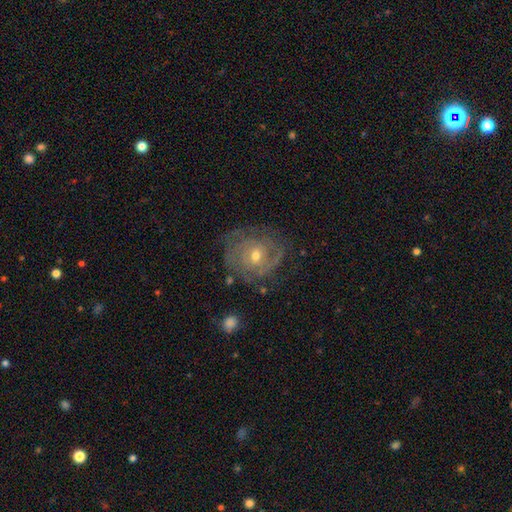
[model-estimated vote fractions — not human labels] A featured or disk galaxy (75%) with no bar (73%), tight (65%) spiral arms (82%) and a moderate central bulge (55%).

Vote fractions:
- Smooth or featured? featured or disk: 75% / smooth: 18% / star or artifact: 7%
- Edge-on disk? no: 97% / yes: 3%
- Bar? no: 73% / weak: 23% / strong: 4%
- Spiral arms? yes: 82% / no: 18%
- Spiral winding? tight: 65% / medium: 26% / loose: 9%
- Spiral arm count? can't tell: 47% / 2: 22% / 3: 15% / 1: 7% / 4: 6% / more than 4: 4%
- Bulge size? moderate: 55% / small: 41% / large: 2% / none: 1% / dominant: 1%
- Merging? none: 66% / minor disturbance: 21% / major disturbance: 12% / merger: 2%